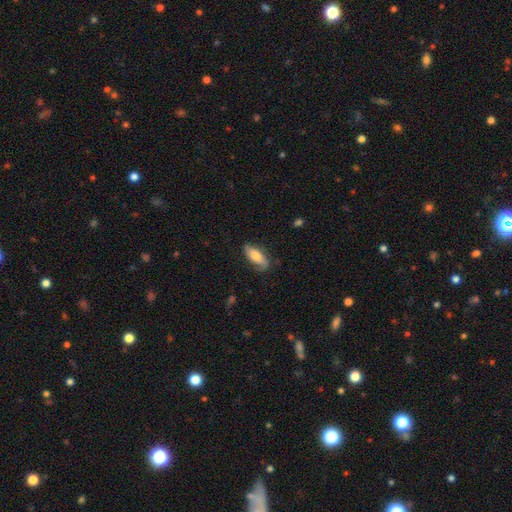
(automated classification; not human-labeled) This is possibly a smooth galaxy (59%). How rounded: likely in between (78%). Merging: likely none (64%).